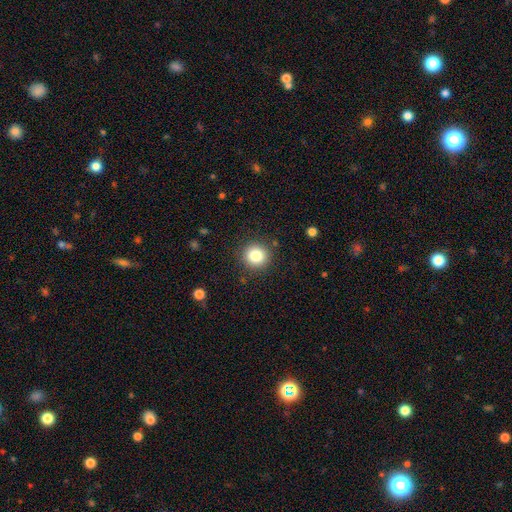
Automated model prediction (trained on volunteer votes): Smooth or featured? Predicted: smooth (p=0.83). How rounded? Predicted: round (p=0.93). Merging? Predicted: none (p=0.89).